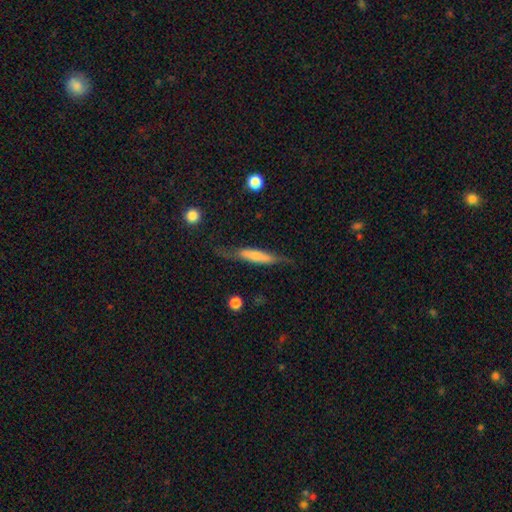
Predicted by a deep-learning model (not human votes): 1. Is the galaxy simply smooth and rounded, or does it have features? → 49% smooth, 45% featured or disk, 6% star or artifact.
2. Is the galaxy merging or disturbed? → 61% none, 25% minor disturbance, 12% major disturbance, 3% merger.